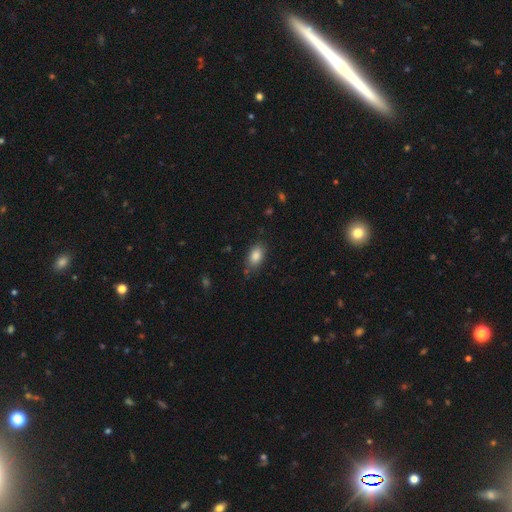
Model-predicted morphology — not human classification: This appears to be a smooth galaxy with no disk features (86%) that is in between round and cigar-shaped (90%). Merging: none (79%).